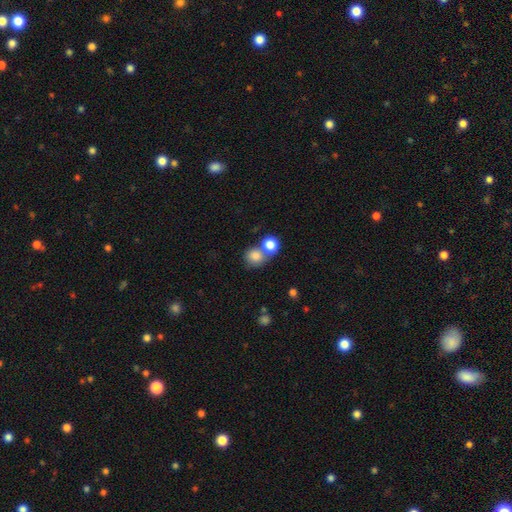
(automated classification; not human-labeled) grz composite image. It shows a smooth galaxy with no disk features (82%) that is round (81%). Merging: none (46%).